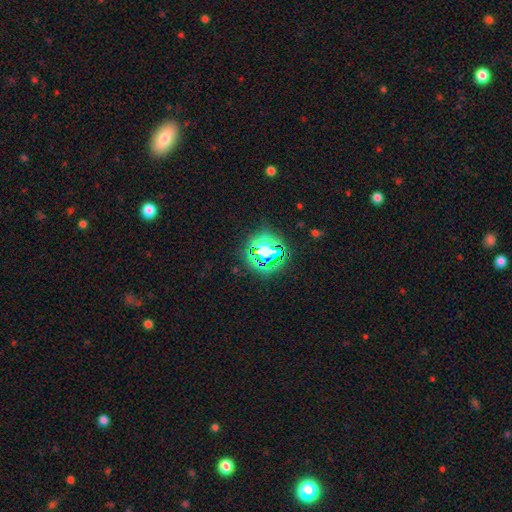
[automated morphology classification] Smooth or featured: star or artifact — 67% (smooth — 22%)